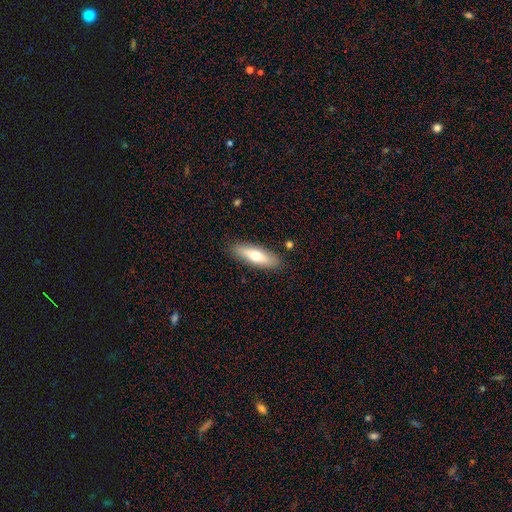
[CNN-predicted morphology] Smooth or featured?
  - smooth: 63% *
  - featured or disk: 31%
  - star or artifact: 6%
How rounded?
  - cigar-shaped: 50% *
  - in between: 47%
  - round: 2%
Merging?
  - none: 87% *
  - minor disturbance: 9%
  - major disturbance: 2%
  - merger: 2%